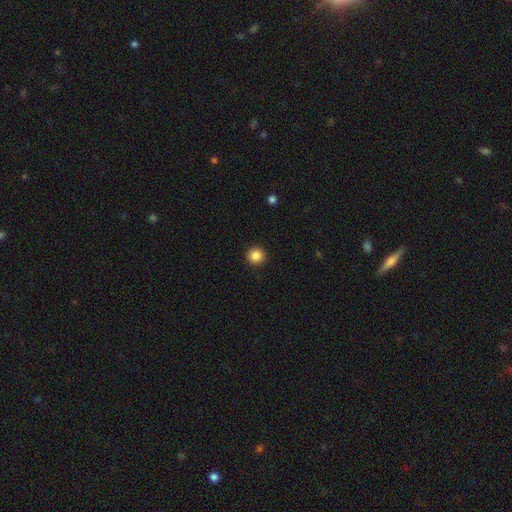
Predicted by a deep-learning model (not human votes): A smooth galaxy with no disk features (87%) that is round (95%).

Vote fractions:
- Smooth or featured? smooth: 87% / star or artifact: 10% / featured or disk: 3%
- How rounded? round: 95% / in between: 4% / cigar-shaped: 1%
- Merging? none: 93% / minor disturbance: 5% / major disturbance: 2% / merger: 1%